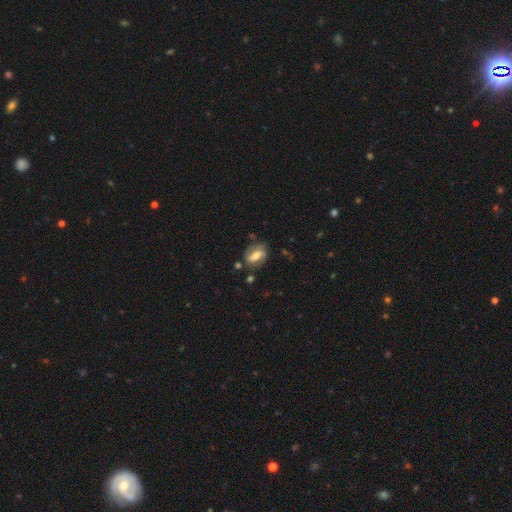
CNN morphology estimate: featured or disk 53%, smooth 39%, star or artifact 8%. Down the decision tree: edge-on disk — no (91%); merging — none (68%).